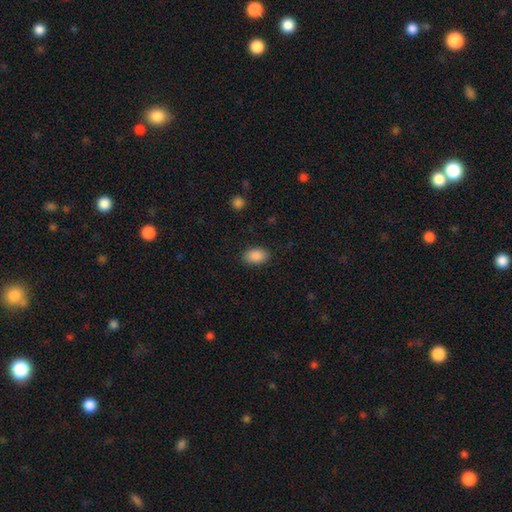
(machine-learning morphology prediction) This appears to be a smooth galaxy with no disk features (89%) that is in between round and cigar-shaped (88%). Merging: none (88%).